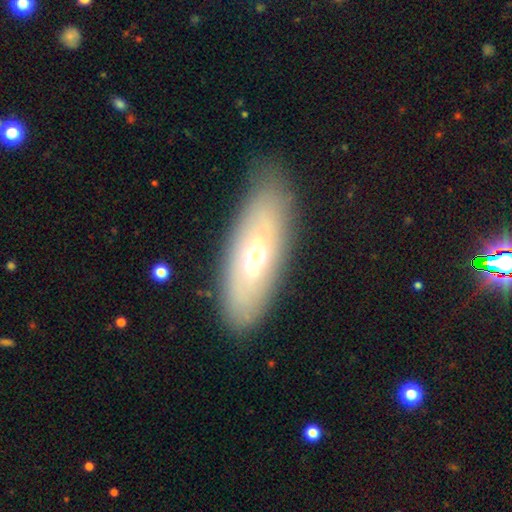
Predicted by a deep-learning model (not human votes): A featured or disk galaxy (48%). Merging: none (81%).